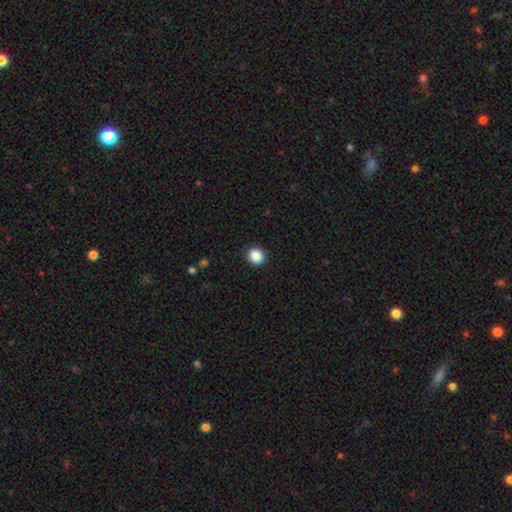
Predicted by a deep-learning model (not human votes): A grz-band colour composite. It shows a smooth galaxy with no disk features (88%) that is round (88%). Merging: none (92%).